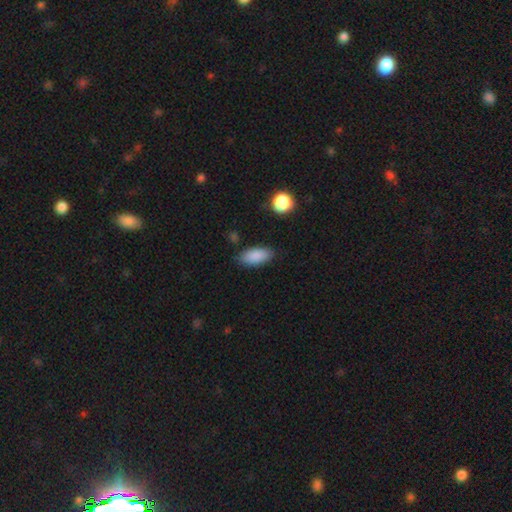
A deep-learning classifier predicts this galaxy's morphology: smooth-or-featured: smooth: 88% | star or artifact: 7% | featured or disk: 5%
  how-rounded: in between: 89% | cigar-shaped: 8% | round: 2%
  merging: none: 82% | minor disturbance: 12% | major disturbance: 3% | merger: 2%